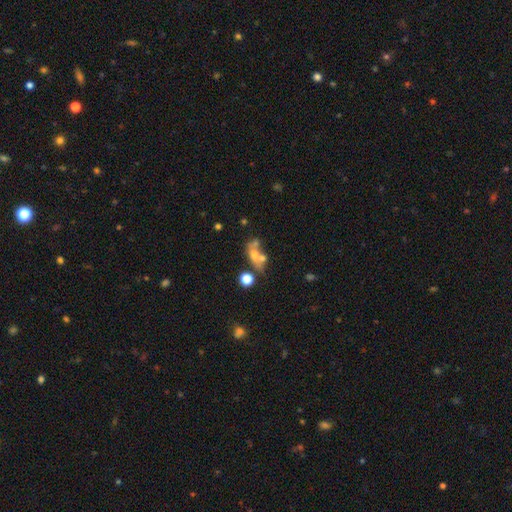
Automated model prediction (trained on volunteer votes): A smooth galaxy with no disk features (50%) that is in between round and cigar-shaped (63%). Merging: merger (42%).